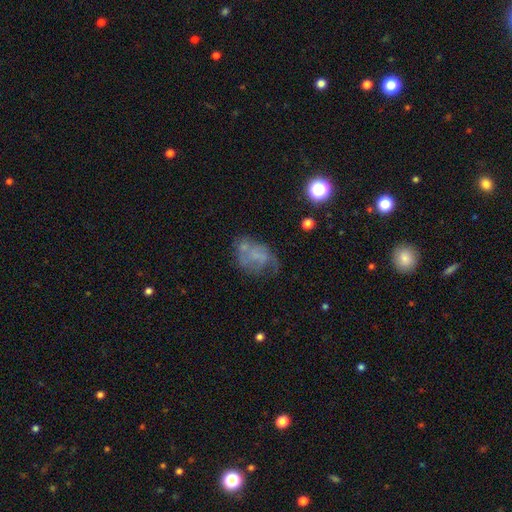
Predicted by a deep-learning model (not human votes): Overall: featured or disk (51%; smooth 34%). Edge-on disk: no (98%). Bar: no (82%). Spiral arms: no (63%; yes 37%). Bulge size: none (70%). Merging: none (35%; major disturbance 32%).